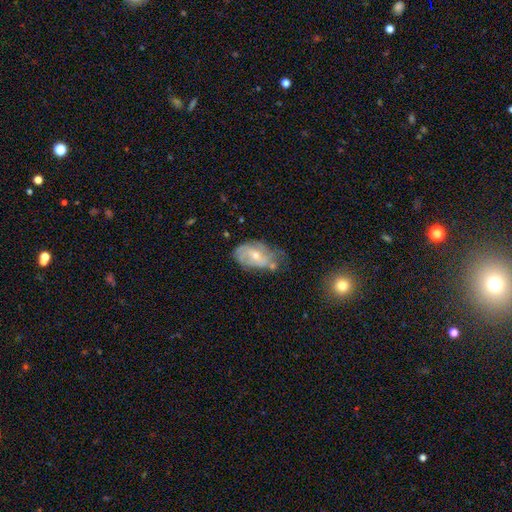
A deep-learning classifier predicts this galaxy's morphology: A featured or disk galaxy (65%) with no bar (59%), spiral arms (72%) and a small central bulge (51%).

Vote fractions:
- Smooth or featured? featured or disk: 65% / smooth: 27% / star or artifact: 8%
- Edge-on disk? no: 95% / yes: 5%
- Bar? no: 59% / weak: 33% / strong: 8%
- Spiral arms? yes: 72% / no: 28%
- Bulge size? small: 51% / moderate: 46% / none: 1% / large: 1% / dominant: 1%
- Merging? none: 41% / minor disturbance: 34% / major disturbance: 15% / merger: 10%